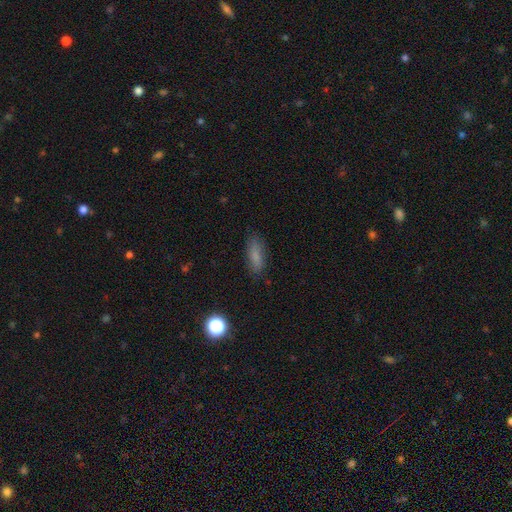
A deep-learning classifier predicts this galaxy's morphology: The model was most divided on "how rounded": in between: 63%, cigar-shaped: 34%, round: 3%. More confident: merging — none (81%); smooth or featured — smooth (79%).